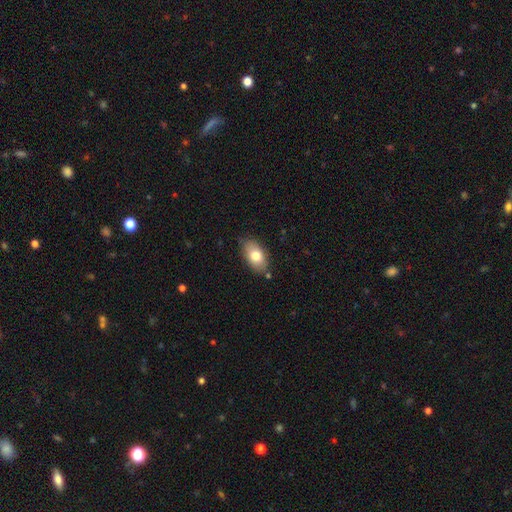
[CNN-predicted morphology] This is likely a smooth galaxy (77%). How rounded: clearly in between (92%). Merging: clearly none (81%).